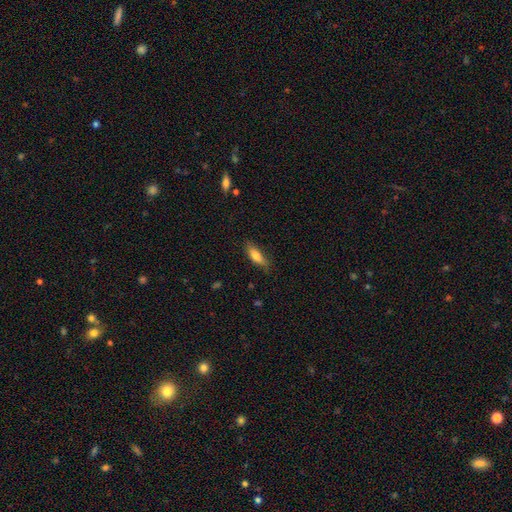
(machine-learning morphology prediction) Smooth or featured?
  - smooth: 79% *
  - featured or disk: 14%
  - star or artifact: 7%
How rounded?
  - in between: 61% *
  - cigar-shaped: 37%
  - round: 2%
Merging?
  - none: 74% *
  - minor disturbance: 20%
  - major disturbance: 4%
  - merger: 1%